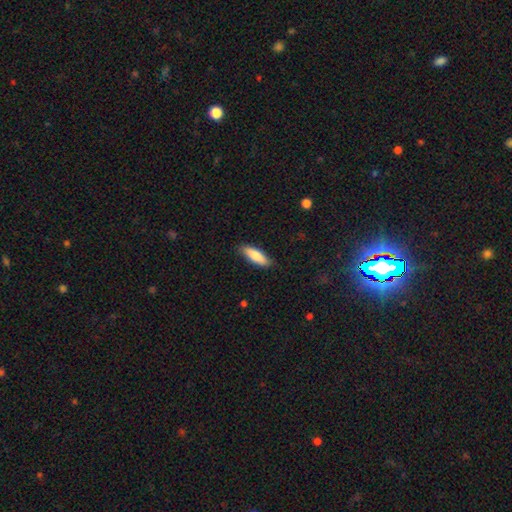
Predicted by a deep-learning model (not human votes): smooth_or_featured: smooth (p=0.83) [alt: featured or disk p=0.12]
how_rounded: in between (p=0.57) [alt: cigar-shaped p=0.41]
merging: none (p=0.84) [alt: minor disturbance p=0.13]